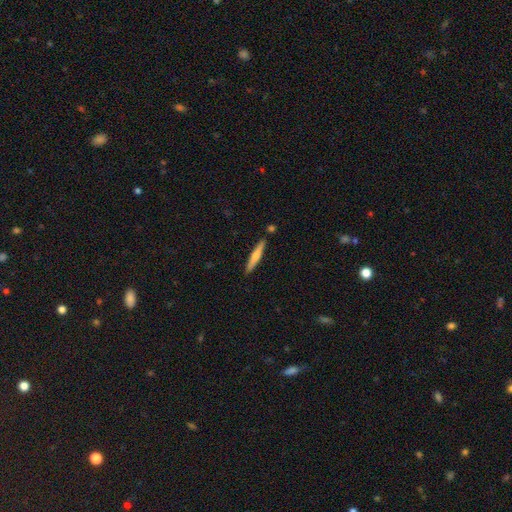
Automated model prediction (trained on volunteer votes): Smooth or featured?
  - smooth: 55% *
  - featured or disk: 40%
  - star or artifact: 5%
How rounded?
  - cigar-shaped: 93% *
  - in between: 5%
  - round: 1%
Merging?
  - none: 87% *
  - minor disturbance: 8%
  - merger: 3%
  - major disturbance: 2%